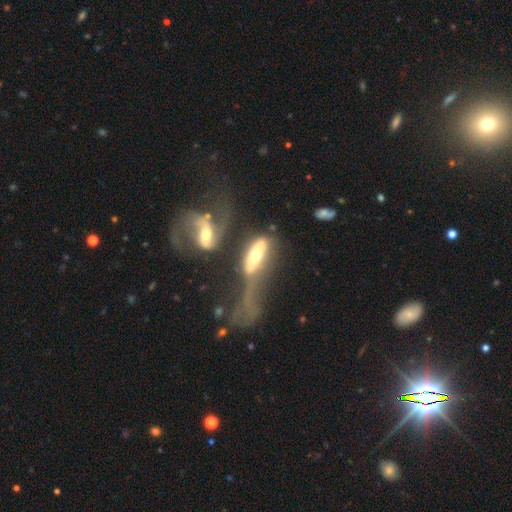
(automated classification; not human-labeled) Smooth or featured? Predicted: featured or disk (p=0.53). Edge-on disk? Predicted: no (p=0.68). Merging? Predicted: merger (p=0.50).